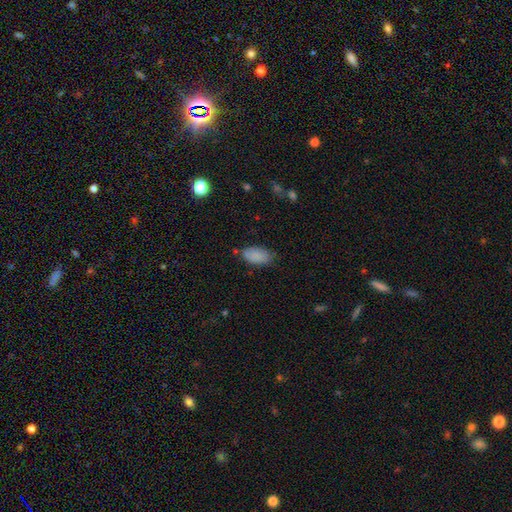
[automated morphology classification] Smooth or featured? smooth (87%)
How rounded? in between (94%)
Merging? none (71%)